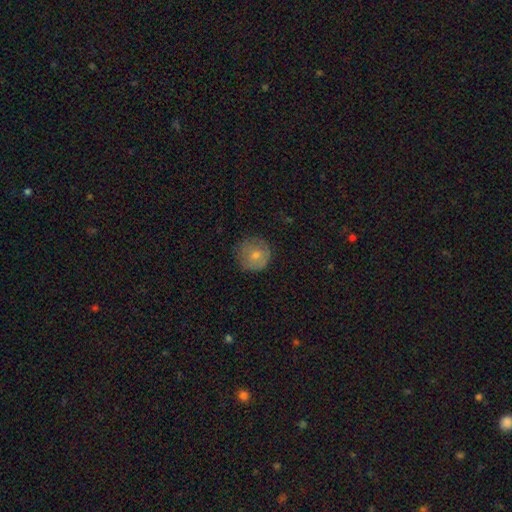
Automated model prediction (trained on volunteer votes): Smooth or featured?
  - smooth: 72% *
  - featured or disk: 20%
  - star or artifact: 8%
How rounded?
  - round: 93% *
  - in between: 6%
  - cigar-shaped: 1%
Merging?
  - none: 77% *
  - minor disturbance: 17%
  - major disturbance: 5%
  - merger: 1%